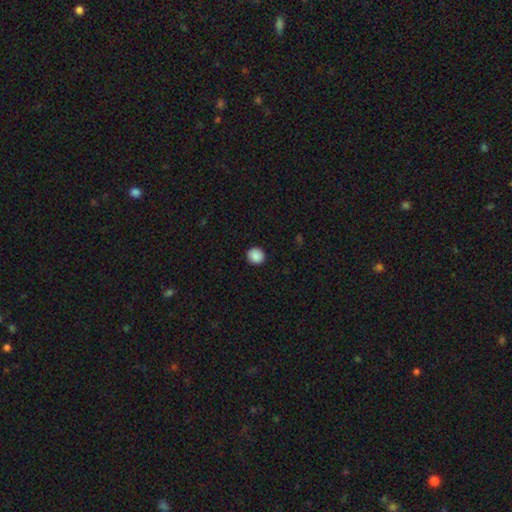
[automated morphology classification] Smooth or featured? smooth (90%)
How rounded? round (87%)
Merging? none (92%)